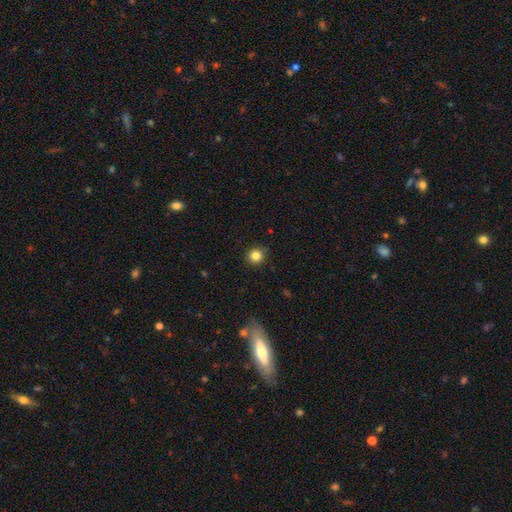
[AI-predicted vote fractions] Smooth or featured? smooth (84%)
How rounded? round (93%)
Merging? none (90%)